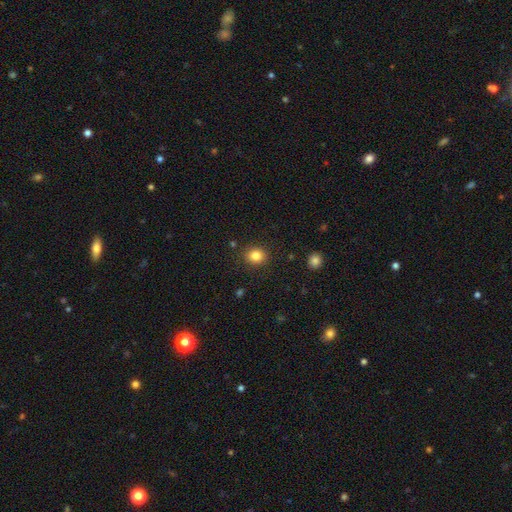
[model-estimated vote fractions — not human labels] The model was most divided on "how rounded": round: 74%, in between: 26%, cigar-shaped: 1%. More confident: merging — none (88%); smooth or featured — smooth (83%).